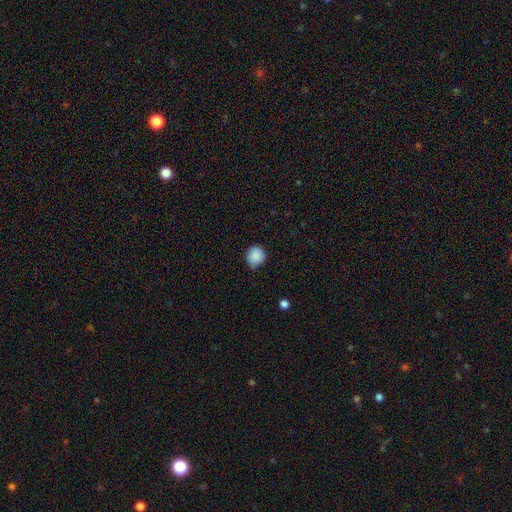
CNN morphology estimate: Smooth or featured? Predicted: smooth (p=0.87). How rounded? Predicted: round (p=0.85). Merging? Predicted: none (p=0.71).